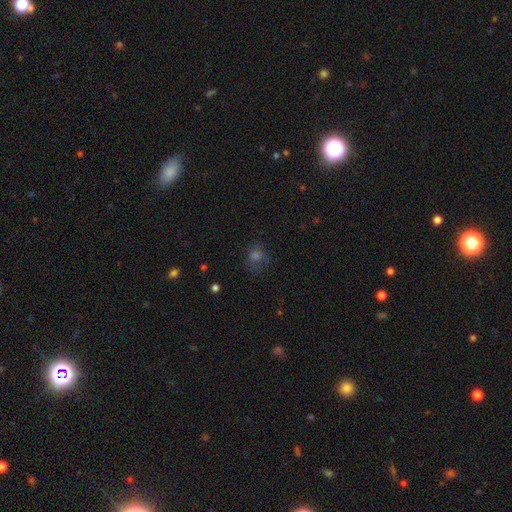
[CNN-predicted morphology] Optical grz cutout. It shows a smooth galaxy with no disk features (56%) that is round (73%). Merging: none (68%).